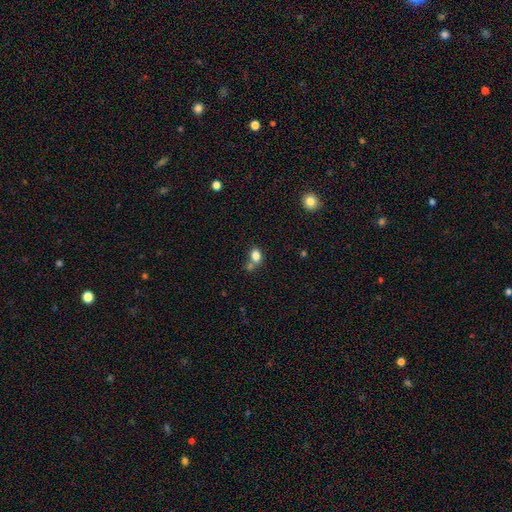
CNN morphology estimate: A smooth galaxy with no disk features (81%) that is in between round and cigar-shaped (70%). Merging: none (50%).